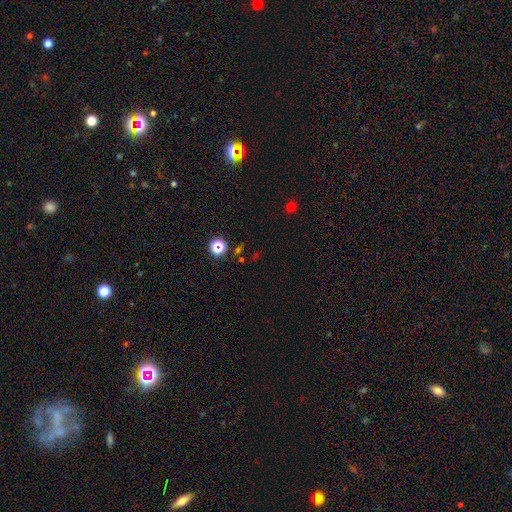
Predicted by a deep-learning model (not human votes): Smooth or featured? Predicted: star or artifact (p=0.59).